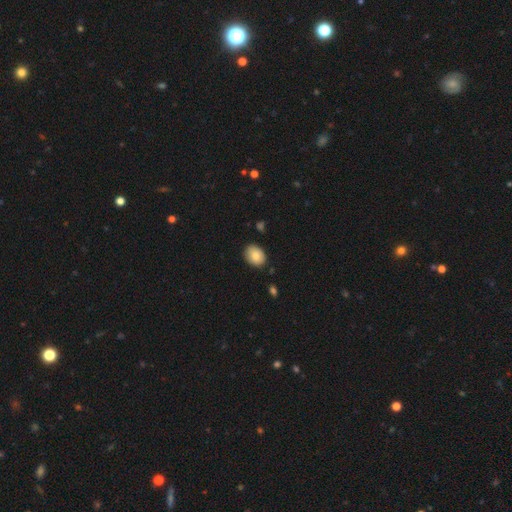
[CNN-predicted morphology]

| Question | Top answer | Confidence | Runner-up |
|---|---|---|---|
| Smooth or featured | smooth | 84% | featured or disk (8%) |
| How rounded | in between | 66% | round (33%) |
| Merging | none | 84% | minor disturbance (13%) |